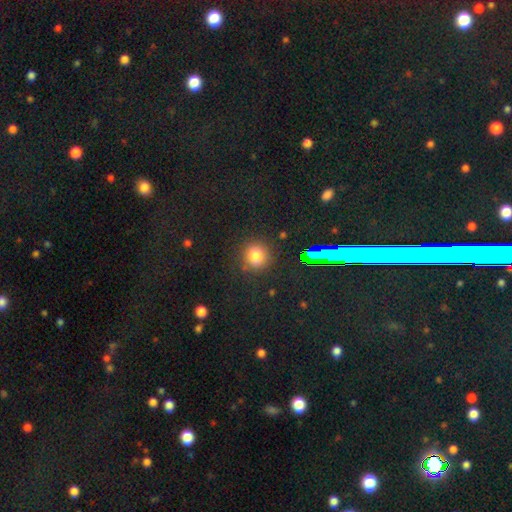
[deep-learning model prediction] This is likely a smooth galaxy (74%). How rounded: likely round (78%). Merging: clearly none (84%).